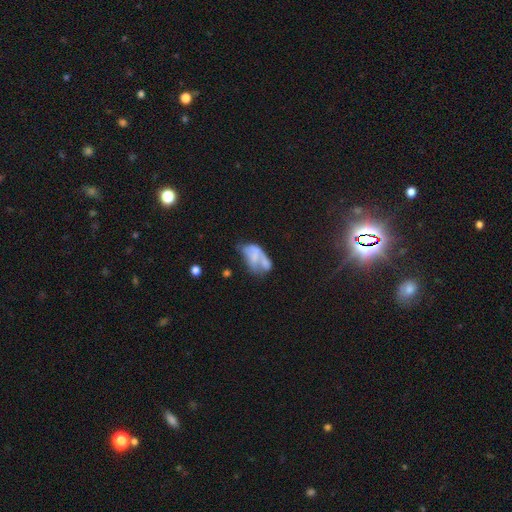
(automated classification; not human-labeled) smooth_or_featured: smooth (p=0.47) [alt: featured or disk p=0.41]
merging: merger (p=0.29) [alt: major disturbance p=0.28]